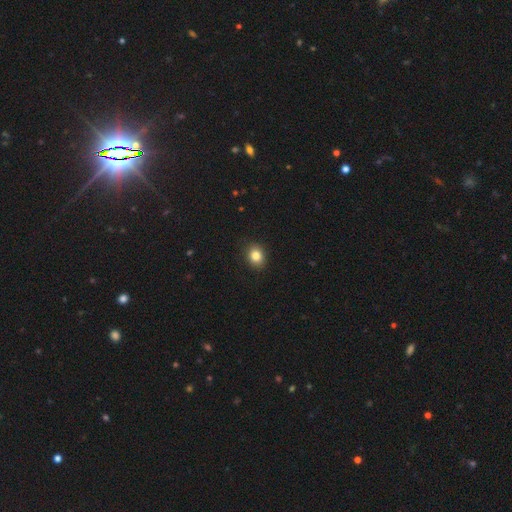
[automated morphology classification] This is clearly a smooth galaxy (85%). How rounded: possibly round (55%). Merging: clearly none (89%).